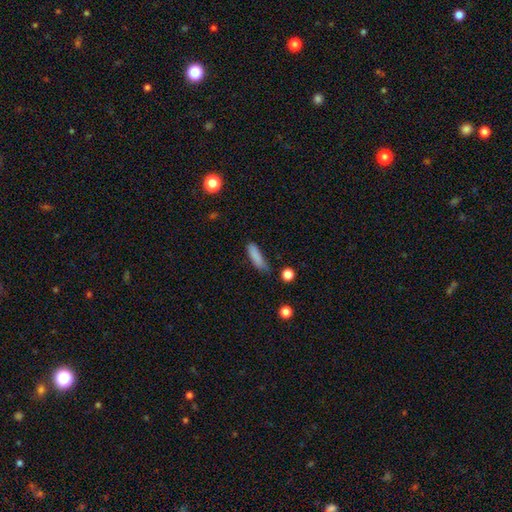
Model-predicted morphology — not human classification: A smooth galaxy with no disk features (84%) that is cigar-shaped (69%). Merging: none (64%).